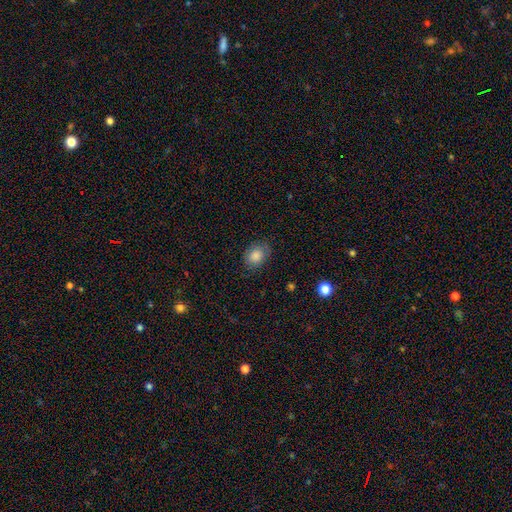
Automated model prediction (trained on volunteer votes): A smooth galaxy with no disk features (83%) that is in between round and cigar-shaped (57%).

Vote fractions:
- Smooth or featured? smooth: 83% / star or artifact: 9% / featured or disk: 8%
- How rounded? in between: 57% / round: 42% / cigar-shaped: 1%
- Merging? none: 76% / minor disturbance: 18% / major disturbance: 5% / merger: 1%